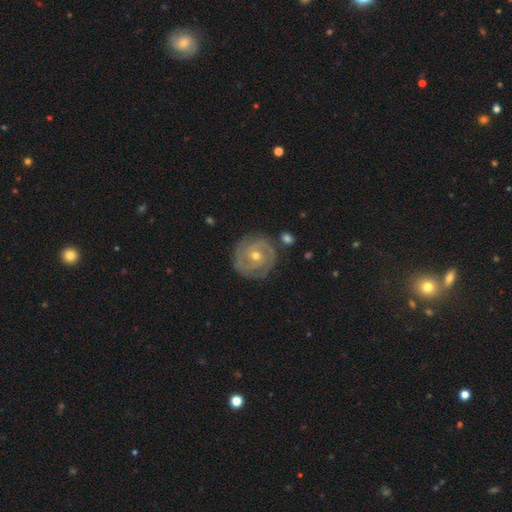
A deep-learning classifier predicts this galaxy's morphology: A featured or disk galaxy (87%) with no bar (62%), 2 (54%) tight (72%) spiral arms (96%) and a moderate central bulge (56%). Merging: none (82%).